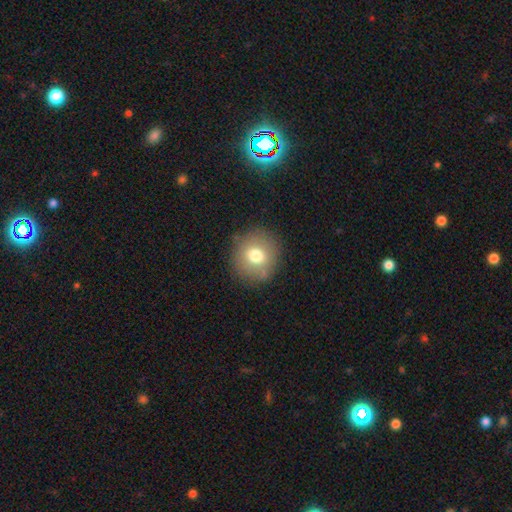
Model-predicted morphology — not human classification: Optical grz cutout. It shows a smooth galaxy with no disk features (74%) that is round (91%). Merging: none (85%).